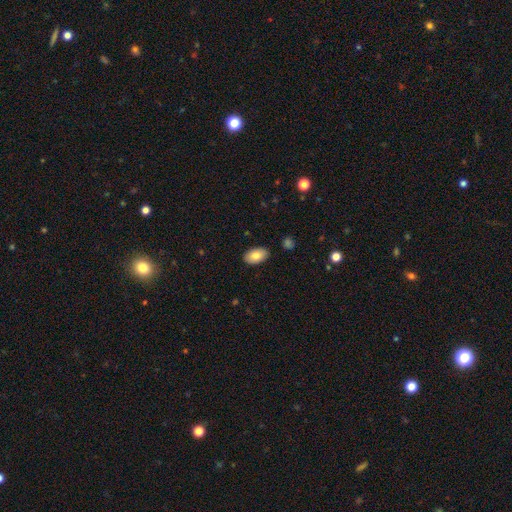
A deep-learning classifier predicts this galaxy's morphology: Smooth or featured?
  - smooth: 81% *
  - featured or disk: 12%
  - star or artifact: 7%
How rounded?
  - in between: 93% *
  - round: 6%
  - cigar-shaped: 1%
Merging?
  - none: 87% *
  - minor disturbance: 10%
  - major disturbance: 2%
  - merger: 1%